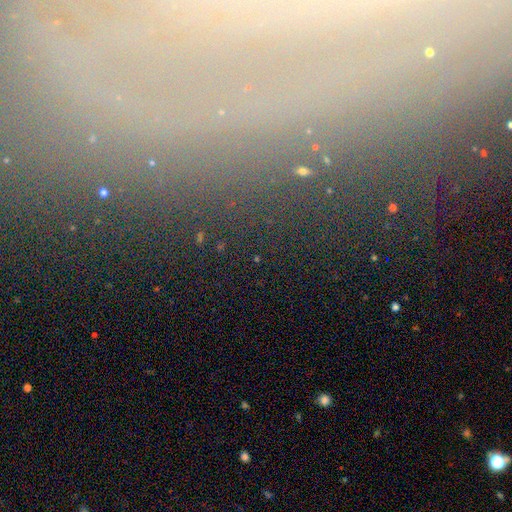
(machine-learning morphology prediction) A star or artifact, not a galaxy (55%).

Vote fractions:
- Smooth or featured? star or artifact: 55% / featured or disk: 23% / smooth: 22%